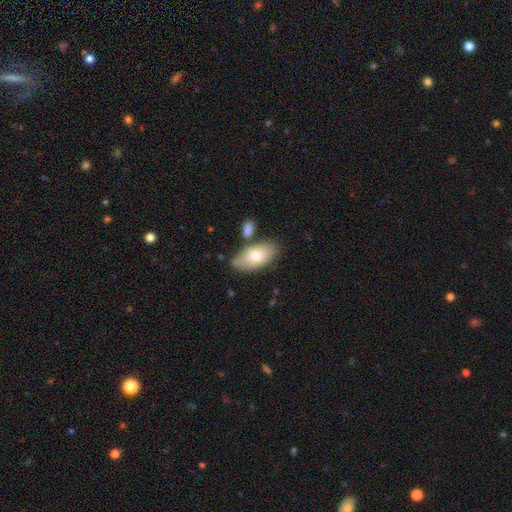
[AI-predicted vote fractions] smooth 74%, featured or disk 20%, star or artifact 6%. Down the decision tree: how rounded — in between (93%); merging — none (67%).